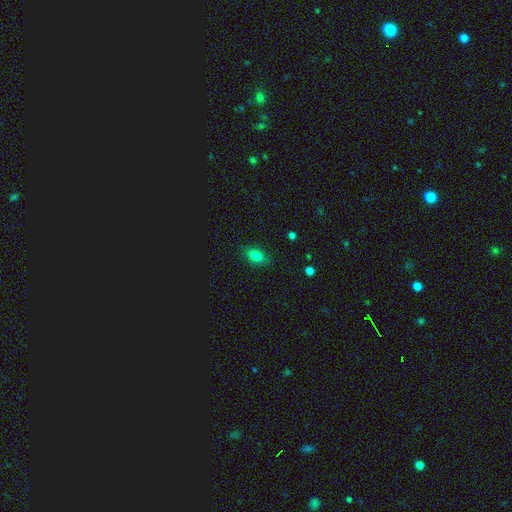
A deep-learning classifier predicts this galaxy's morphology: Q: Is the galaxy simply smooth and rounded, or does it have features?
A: smooth — 80%.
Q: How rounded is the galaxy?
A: in between — 83%.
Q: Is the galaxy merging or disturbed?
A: none — 85%.